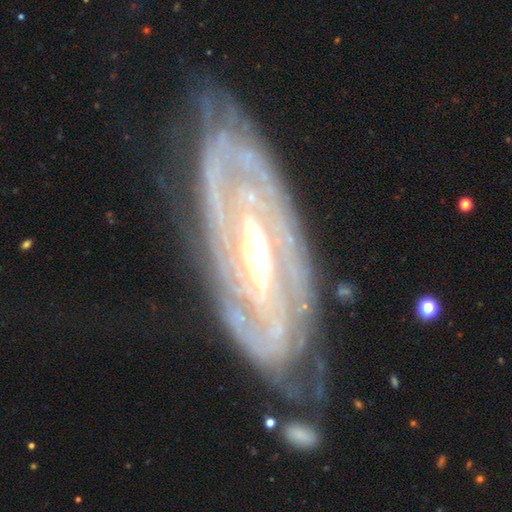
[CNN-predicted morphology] A featured or disk galaxy (88%) with no bar (38%), tight (70%) spiral arms (85%) and a moderate central bulge (67%).

Vote fractions:
- Smooth or featured? featured or disk: 88% / smooth: 8% / star or artifact: 5%
- Edge-on disk? no: 85% / yes: 15%
- Bar? no: 38% / strong: 32% / weak: 30%
- Spiral arms? yes: 85% / no: 15%
- Spiral winding? tight: 70% / medium: 22% / loose: 8%
- Spiral arm count? can't tell: 40% / 2: 30% / 3: 10% / 4: 7% / more than 4: 6% / 1: 6%
- Bulge size? moderate: 67% / large: 17% / small: 12% / dominant: 2% / none: 1%
- Merging? none: 75% / minor disturbance: 16% / major disturbance: 7% / merger: 2%